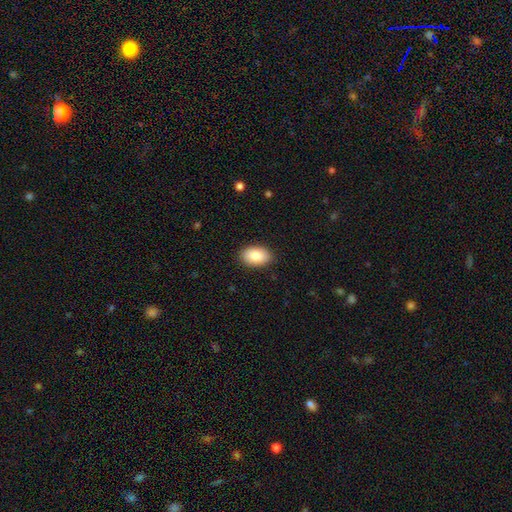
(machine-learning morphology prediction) Smooth or featured? Predicted: smooth (p=0.85). How rounded? Predicted: in between (p=0.90). Merging? Predicted: none (p=0.89).